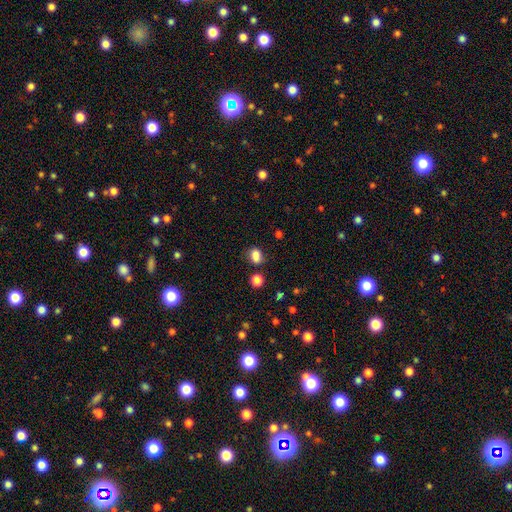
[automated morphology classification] This is clearly a smooth galaxy (82%). How rounded: likely in between (65%). Merging: likely none (66%).